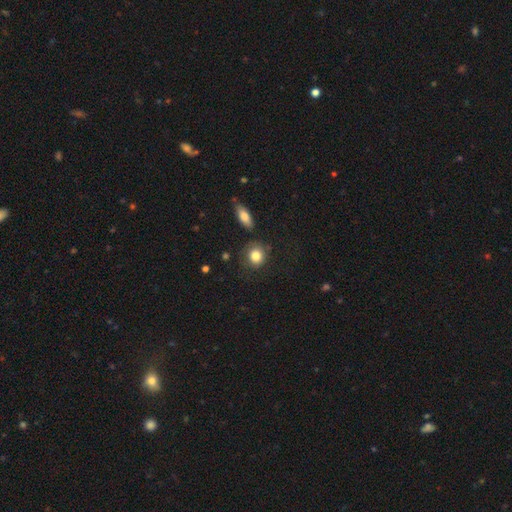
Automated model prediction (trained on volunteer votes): Smooth or featured?
  - smooth: 83% *
  - star or artifact: 8%
  - featured or disk: 8%
How rounded?
  - round: 79% *
  - in between: 19%
  - cigar-shaped: 1%
Merging?
  - none: 75% *
  - minor disturbance: 15%
  - merger: 5%
  - major disturbance: 5%